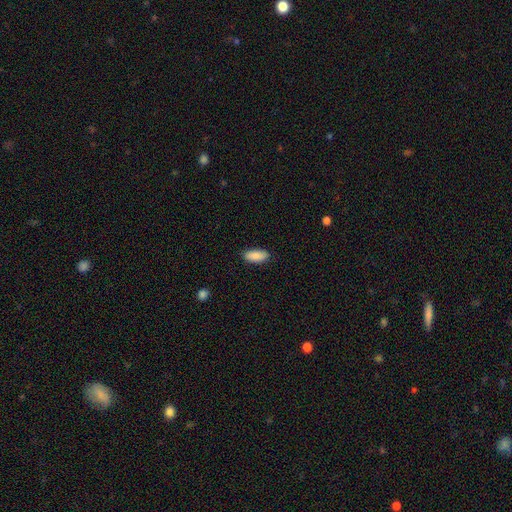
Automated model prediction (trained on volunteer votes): The model was most divided on "how rounded": in between: 84%, cigar-shaped: 14%, round: 2%. More confident: smooth or featured — smooth (89%); merging — none (87%).